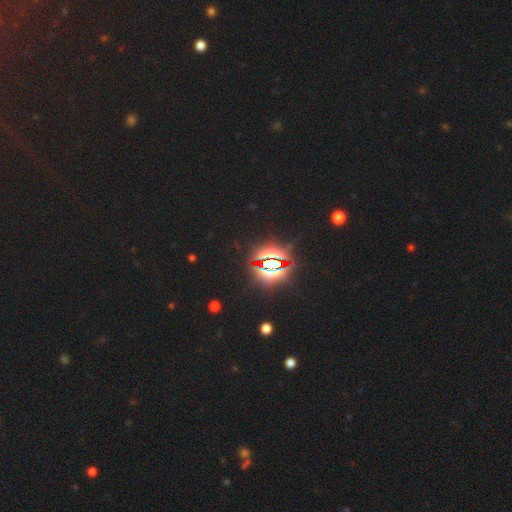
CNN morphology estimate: This is clearly a star or artifact rather than a galaxy (85%).